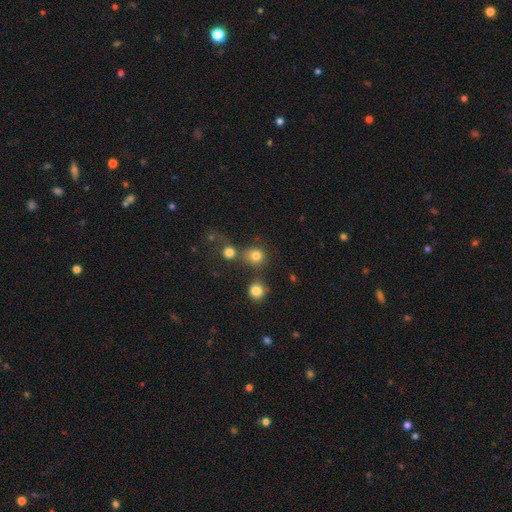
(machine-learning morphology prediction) Smooth or featured: smooth — 80% (star or artifact — 13%)
How rounded: round — 87% (in between — 12%)
Merging: none — 63% (merger — 22%)